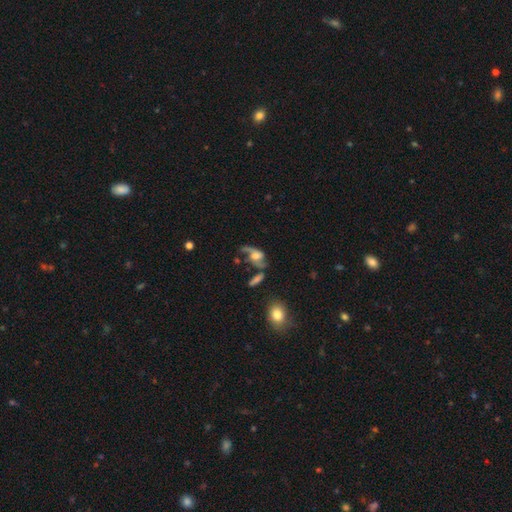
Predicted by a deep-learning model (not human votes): Smooth or featured? Predicted: featured or disk (p=0.75). Edge-on disk? Predicted: no (p=0.93). Bar? Predicted: no (p=0.59). Spiral arms? Predicted: yes (p=0.89). Spiral winding? Predicted: loose (p=0.68). Spiral arm count? Predicted: 2 (p=0.82). Bulge size? Predicted: moderate (p=0.45). Merging? Predicted: none (p=0.38).